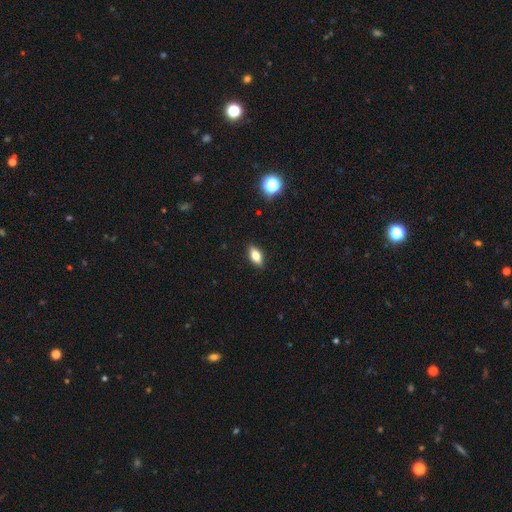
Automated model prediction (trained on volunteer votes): Q: Smooth or featured?
A: smooth (76%); runner-up: featured or disk (15%)
Q: How rounded?
A: in between (84%); runner-up: cigar-shaped (11%)
Q: Merging?
A: none (89%); runner-up: minor disturbance (8%)